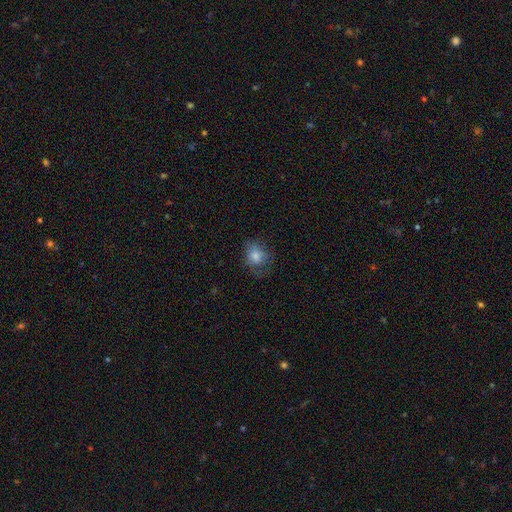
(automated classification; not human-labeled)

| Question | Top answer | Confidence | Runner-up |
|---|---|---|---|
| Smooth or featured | smooth | 75% | featured or disk (14%) |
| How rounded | round | 58% | in between (41%) |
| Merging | none | 54% | minor disturbance (24%) |